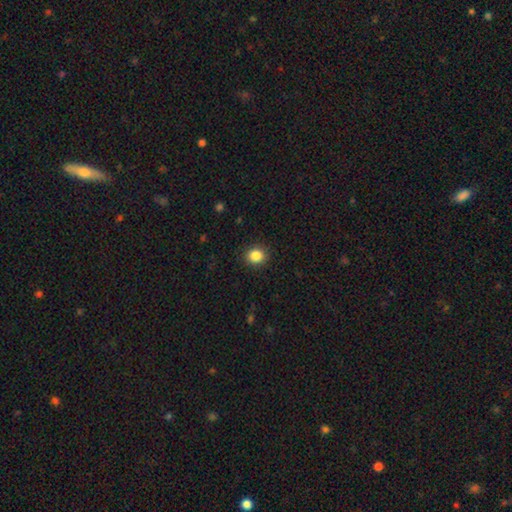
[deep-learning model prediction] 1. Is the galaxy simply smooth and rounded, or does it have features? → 86% smooth, 10% star or artifact, 4% featured or disk.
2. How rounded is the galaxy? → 72% round, 27% in between, 1% cigar-shaped.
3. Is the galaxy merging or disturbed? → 90% none, 7% minor disturbance, 2% major disturbance, 1% merger.